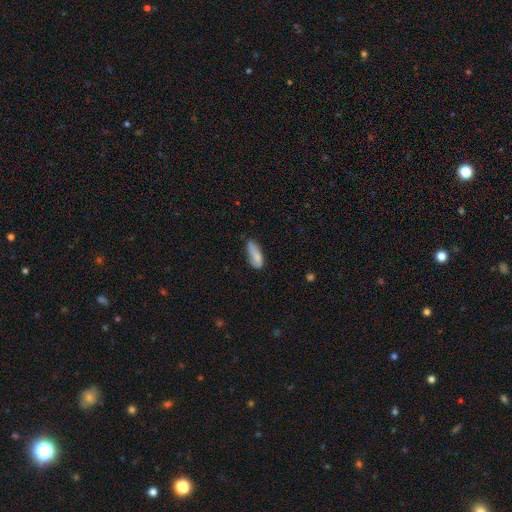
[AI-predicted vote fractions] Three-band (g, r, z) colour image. It shows a smooth galaxy with no disk features (77%) that is in between round and cigar-shaped (74%). Merging: none (51%).